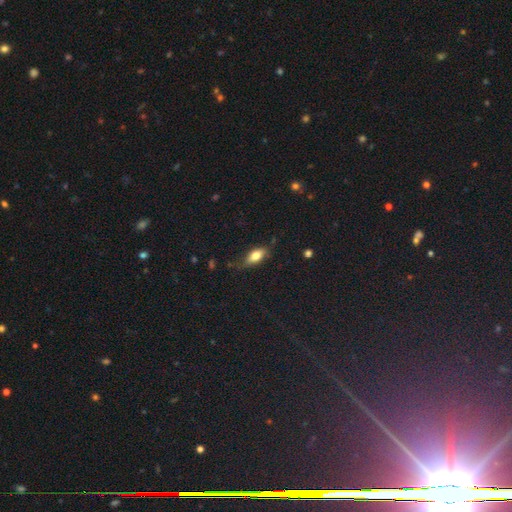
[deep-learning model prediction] This is likely a smooth galaxy (75%). How rounded: clearly in between (82%). Merging: likely none (66%).